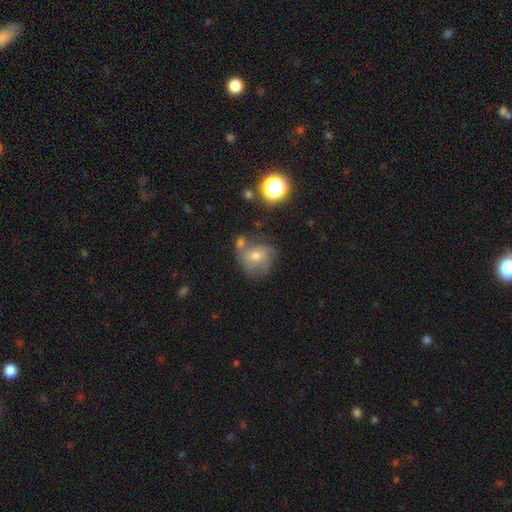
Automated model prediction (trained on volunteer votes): smooth 50%, featured or disk 35%, star or artifact 16%. Down the decision tree: merging — none (45%).